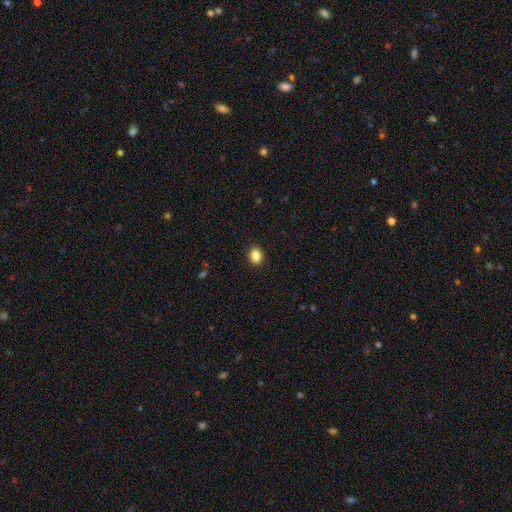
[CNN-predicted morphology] Smooth or featured: smooth — 86% (star or artifact — 10%)
How rounded: in between — 59% (round — 40%)
Merging: none — 91% (minor disturbance — 7%)